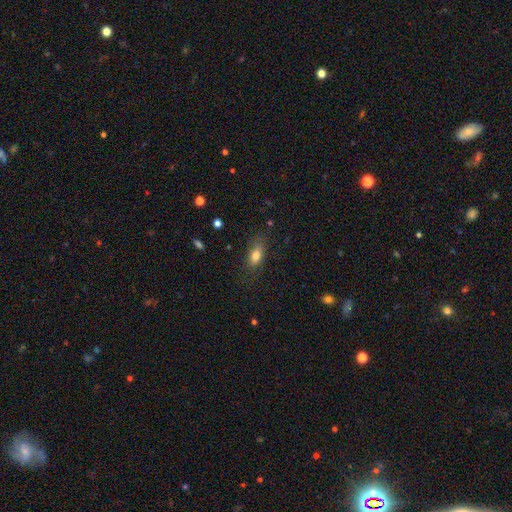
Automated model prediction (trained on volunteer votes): smooth-or-featured: smooth: 79% | featured or disk: 12% | star or artifact: 9%
  how-rounded: in between: 82% | cigar-shaped: 11% | round: 7%
  merging: none: 74% | minor disturbance: 18% | major disturbance: 7% | merger: 1%